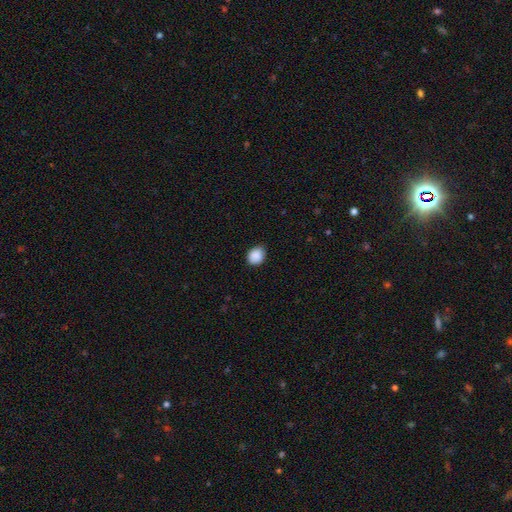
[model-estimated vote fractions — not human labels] Smooth or featured? Predicted: smooth (p=0.89). How rounded? Predicted: round (p=0.60). Merging? Predicted: none (p=0.82).